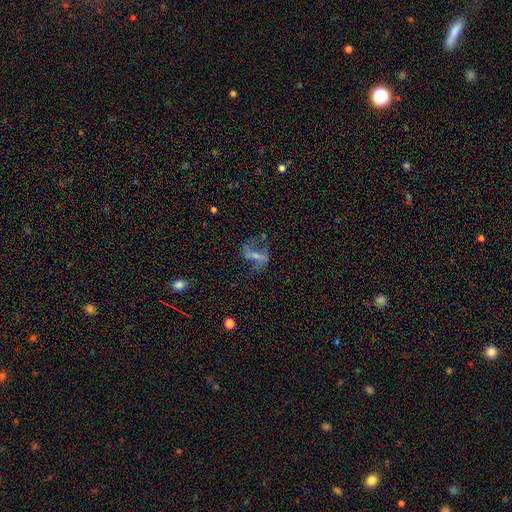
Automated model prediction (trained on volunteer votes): Q: Smooth or featured?
A: featured or disk (66%); runner-up: smooth (22%)
Q: Edge-on disk?
A: no (93%); runner-up: yes (7%)
Q: Bar?
A: strong (51%); runner-up: weak (31%)
Q: Spiral arms?
A: yes (72%); runner-up: no (28%)
Q: Bulge size?
A: none (38%); runner-up: small (35%)
Q: Merging?
A: none (50%); runner-up: major disturbance (27%)